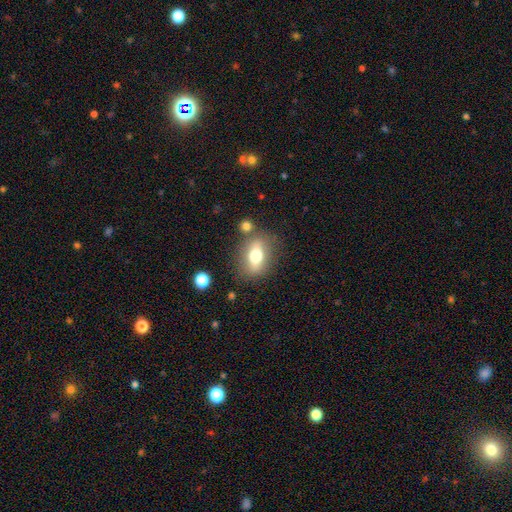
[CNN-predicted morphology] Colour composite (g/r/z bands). It shows a smooth galaxy with no disk features (61%) that is in between round and cigar-shaped (74%). Merging: none (74%).